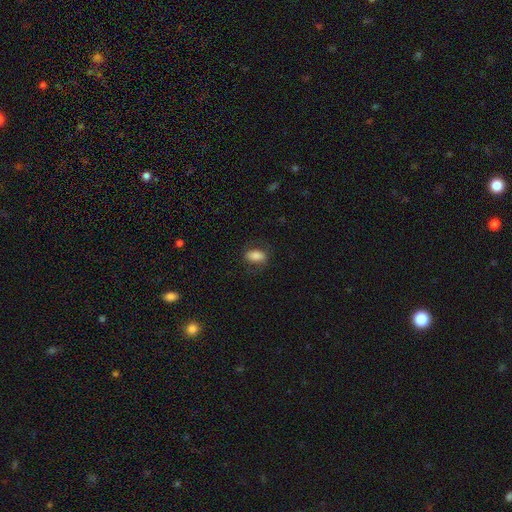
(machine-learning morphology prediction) Smooth or featured: smooth — 79% (featured or disk — 13%)
How rounded: in between — 88% (round — 9%)
Merging: none — 76% (minor disturbance — 15%)